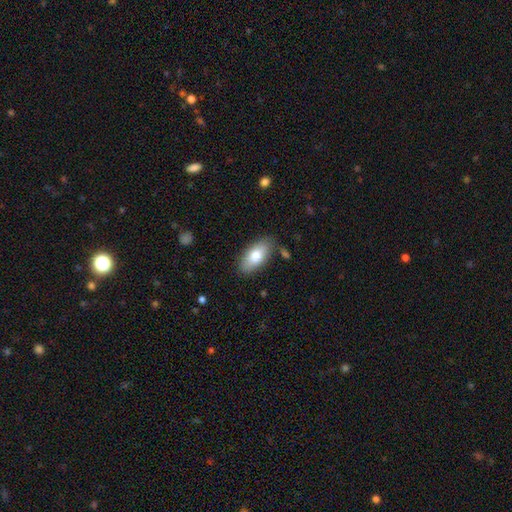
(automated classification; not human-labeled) The model was most divided on "smooth or featured": smooth: 76%, featured or disk: 18%, star or artifact: 6%. More confident: how rounded — in between (90%); merging — none (83%).